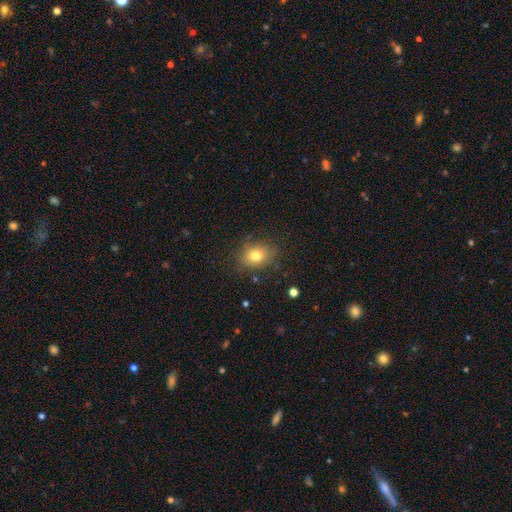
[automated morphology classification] Smooth or featured? Predicted: smooth (p=0.77). How rounded? Predicted: in between (p=0.57). Merging? Predicted: none (p=0.81).